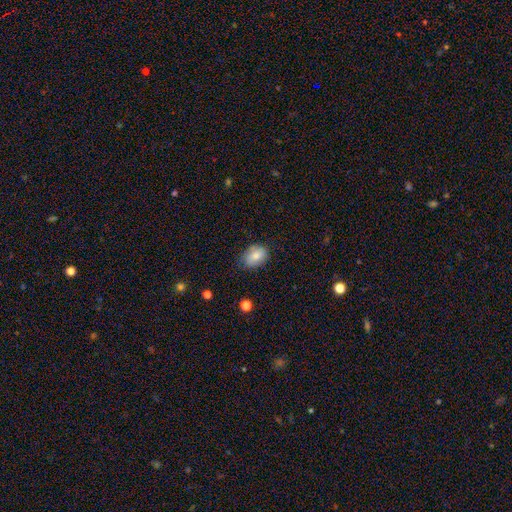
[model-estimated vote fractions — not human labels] This is likely a smooth galaxy (78%). How rounded: likely in between (75%). Merging: likely none (73%).